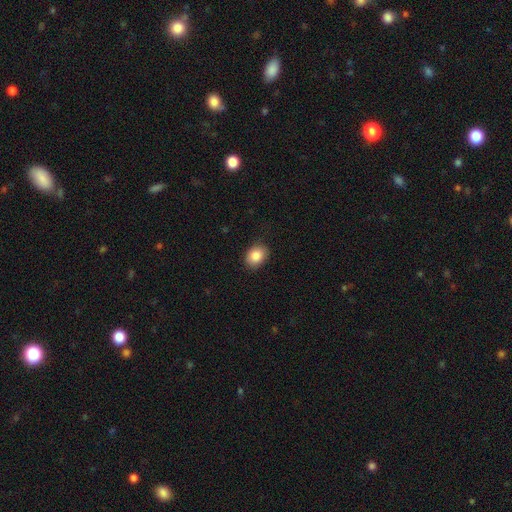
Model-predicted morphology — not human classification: smooth_or_featured: smooth (p=0.87) [alt: star or artifact p=0.08]
how_rounded: in between (p=0.62) [alt: round p=0.37]
merging: none (p=0.86) [alt: minor disturbance p=0.11]